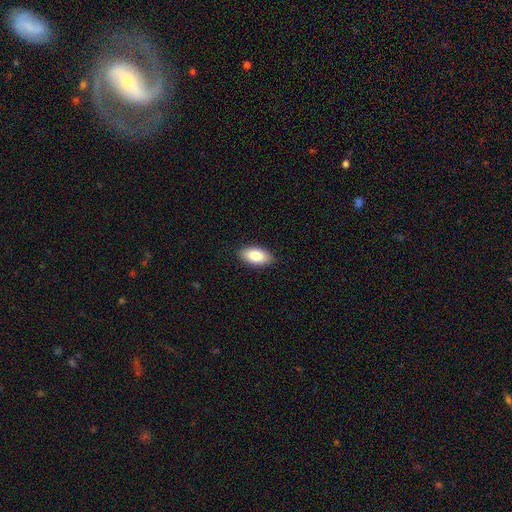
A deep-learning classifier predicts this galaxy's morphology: Smooth or featured?
  - smooth: 87% *
  - featured or disk: 7%
  - star or artifact: 6%
How rounded?
  - in between: 94% *
  - round: 3%
  - cigar-shaped: 3%
Merging?
  - none: 87% *
  - minor disturbance: 10%
  - major disturbance: 2%
  - merger: 1%